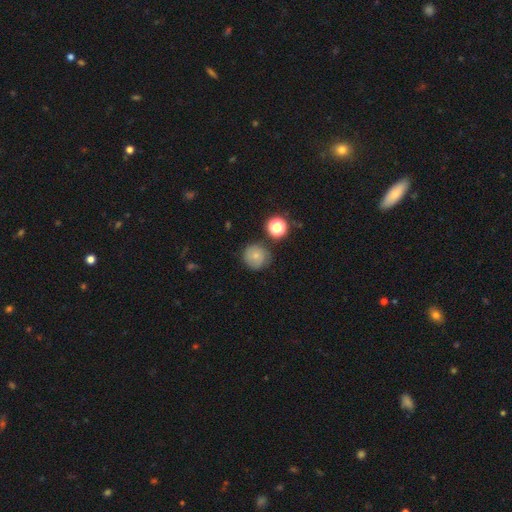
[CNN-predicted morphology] A smooth galaxy with no disk features (70%) that is round (93%). Merging: none (76%).